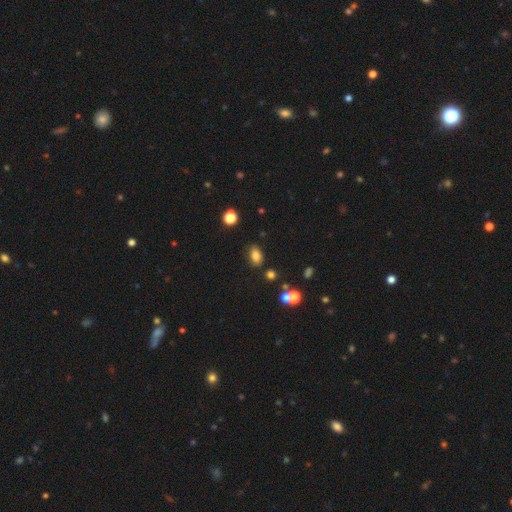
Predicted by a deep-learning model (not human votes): smooth_or_featured: smooth (p=0.79) [alt: star or artifact p=0.13]
how_rounded: in between (p=0.87) [alt: round p=0.11]
merging: none (p=0.81) [alt: minor disturbance p=0.12]